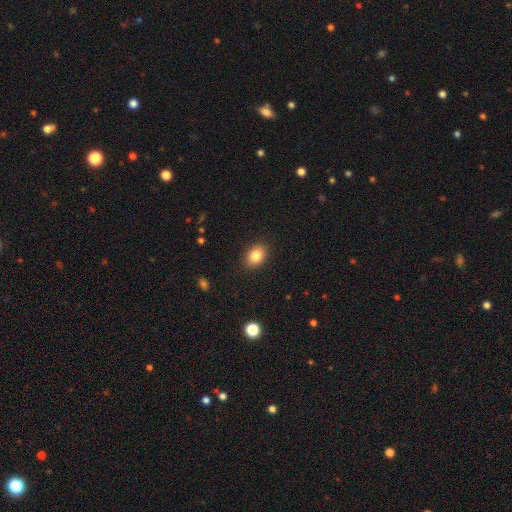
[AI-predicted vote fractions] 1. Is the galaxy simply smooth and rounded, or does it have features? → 85% smooth, 9% star or artifact, 7% featured or disk.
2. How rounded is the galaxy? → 66% in between, 33% round, 1% cigar-shaped.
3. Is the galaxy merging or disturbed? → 89% none, 8% minor disturbance, 2% major disturbance, 1% merger.